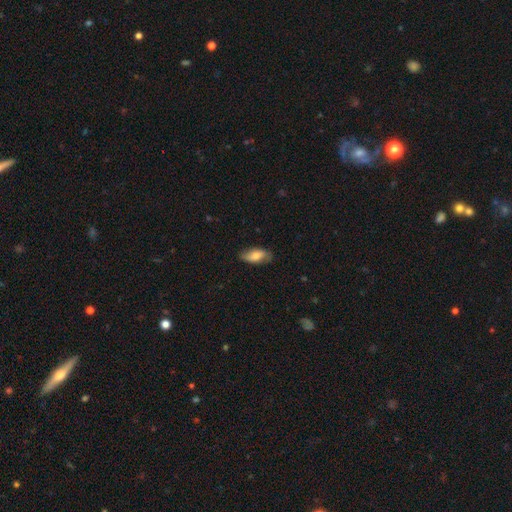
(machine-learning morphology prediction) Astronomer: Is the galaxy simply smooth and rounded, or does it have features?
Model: smooth — 65%.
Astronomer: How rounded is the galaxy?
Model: in between — 87%.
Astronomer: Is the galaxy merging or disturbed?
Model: none — 75%.